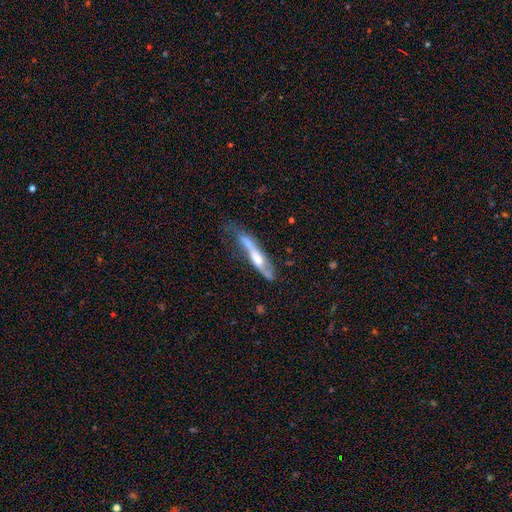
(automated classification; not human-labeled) The model was most divided on "merging": none: 40%, minor disturbance: 30%, major disturbance: 24%, merger: 6%. More confident: edge-on disk — yes (66%); smooth or featured — featured or disk (65%).